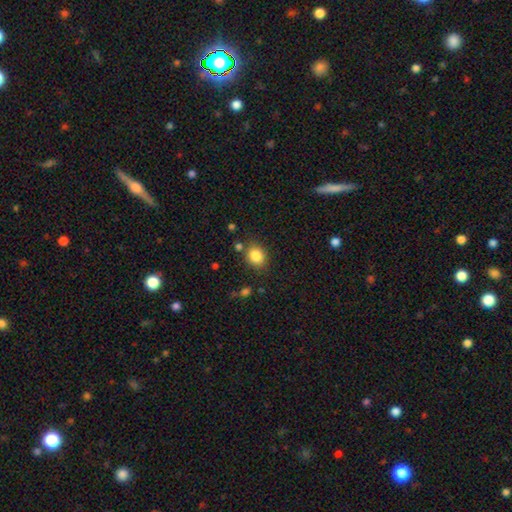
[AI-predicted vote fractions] Overall: smooth (85%). How rounded: round (62%; in between 37%). Merging: none (80%).